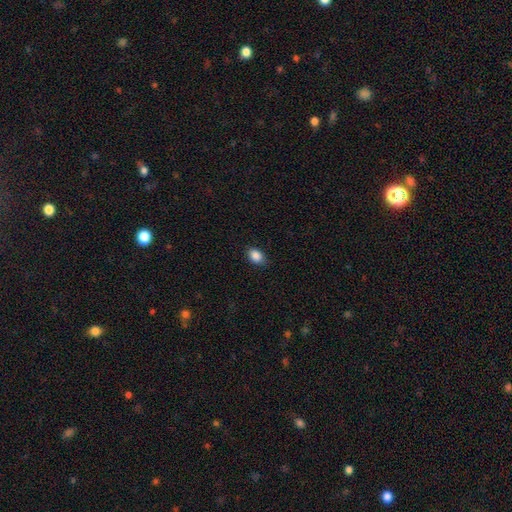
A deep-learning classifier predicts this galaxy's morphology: A smooth galaxy with no disk features (88%) that is in between round and cigar-shaped (79%).

Vote fractions:
- Smooth or featured? smooth: 88% / star or artifact: 8% / featured or disk: 3%
- How rounded? in between: 79% / round: 20% / cigar-shaped: 1%
- Merging? none: 85% / minor disturbance: 12% / major disturbance: 2% / merger: 1%